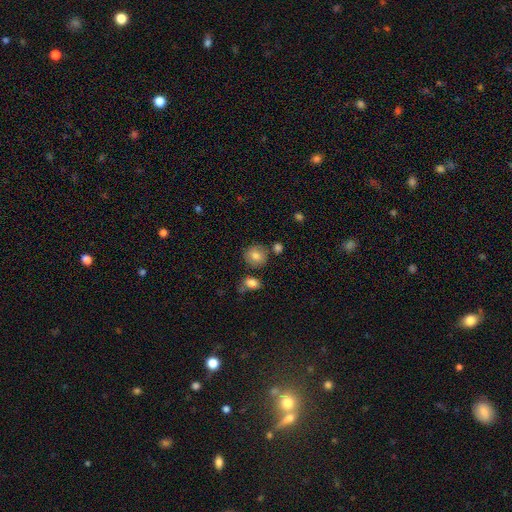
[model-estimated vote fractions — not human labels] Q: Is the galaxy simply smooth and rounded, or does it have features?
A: smooth — 76%.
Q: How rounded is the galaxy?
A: round — 79%.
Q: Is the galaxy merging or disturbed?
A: none — 75%.